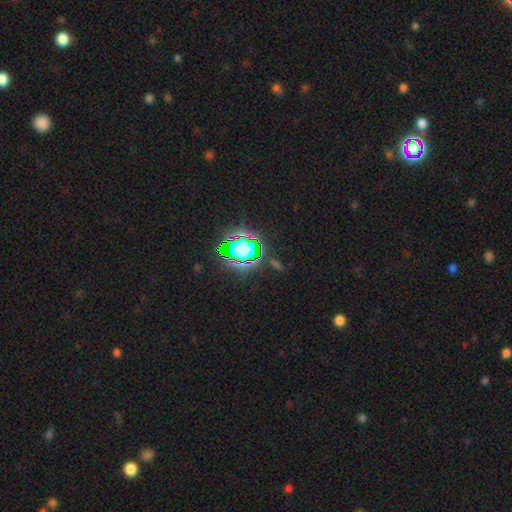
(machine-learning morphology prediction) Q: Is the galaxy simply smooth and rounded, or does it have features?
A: star or artifact — 81%.